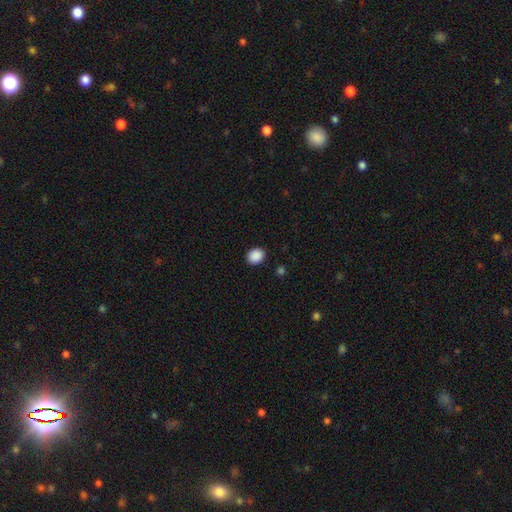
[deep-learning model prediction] This appears to be a smooth galaxy with no disk features (90%) that is round (55%). Merging: none (90%).